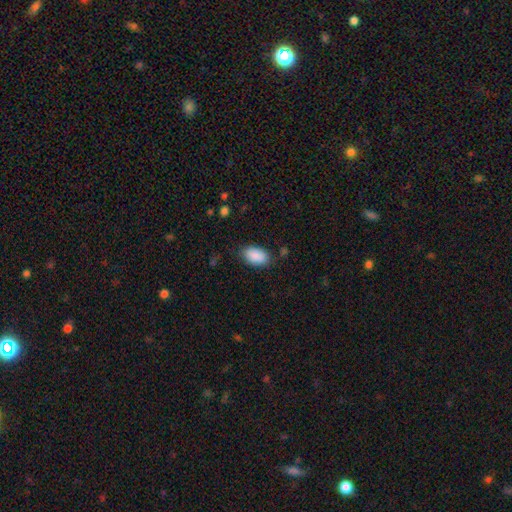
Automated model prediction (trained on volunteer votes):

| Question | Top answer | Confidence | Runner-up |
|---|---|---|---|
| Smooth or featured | smooth | 90% | star or artifact (7%) |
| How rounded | in between | 93% | round (6%) |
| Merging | none | 80% | minor disturbance (15%) |